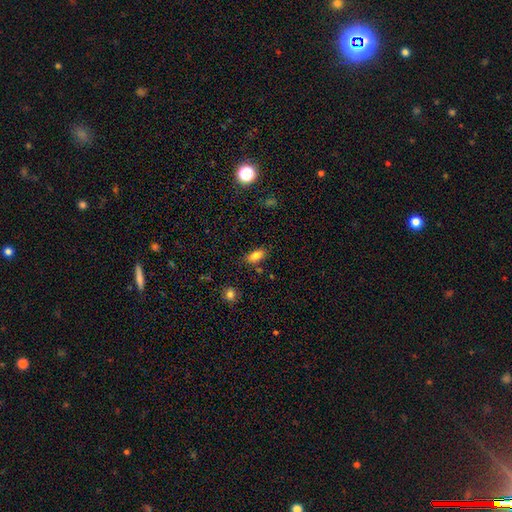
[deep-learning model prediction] A smooth galaxy with no disk features (82%) that is in between round and cigar-shaped (88%).

Vote fractions:
- Smooth or featured? smooth: 82% / star or artifact: 10% / featured or disk: 8%
- How rounded? in between: 88% / cigar-shaped: 7% / round: 5%
- Merging? none: 76% / minor disturbance: 15% / merger: 5% / major disturbance: 4%